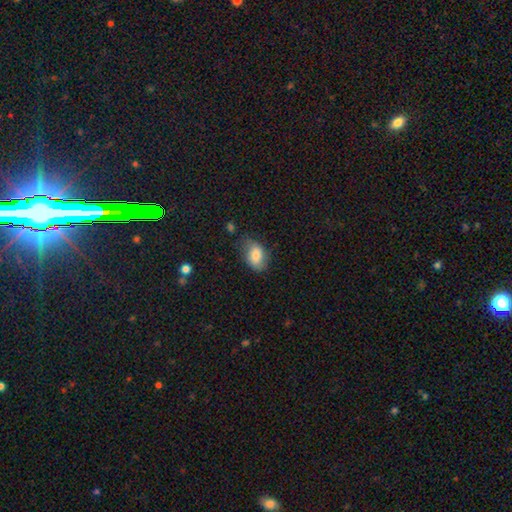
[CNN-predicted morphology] smooth-or-featured: smooth: 76% | featured or disk: 17% | star or artifact: 8%
  how-rounded: in between: 86% | round: 12% | cigar-shaped: 2%
  merging: none: 60% | minor disturbance: 30% | major disturbance: 8% | merger: 2%